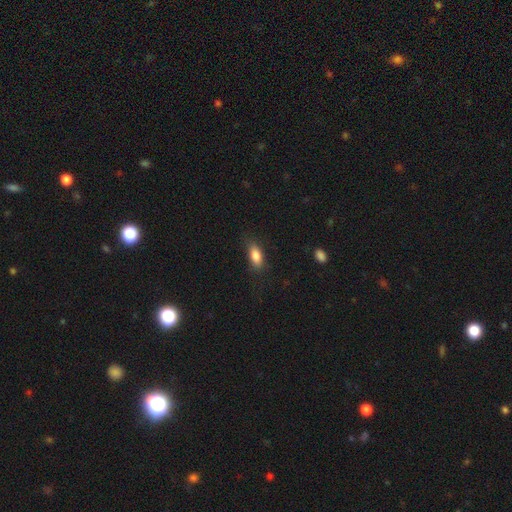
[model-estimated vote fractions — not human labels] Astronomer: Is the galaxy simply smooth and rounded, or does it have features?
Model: smooth — 84%.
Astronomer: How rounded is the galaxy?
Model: in between — 84%.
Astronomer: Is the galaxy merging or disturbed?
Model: none — 76%.